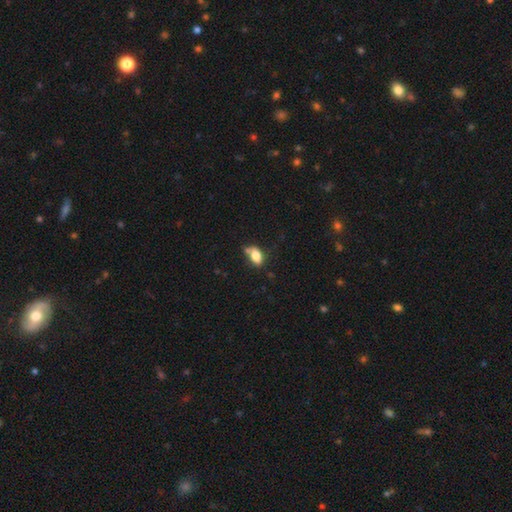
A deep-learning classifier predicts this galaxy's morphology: type=smooth (79%); roundness=in between (86%); merging=none (46%).